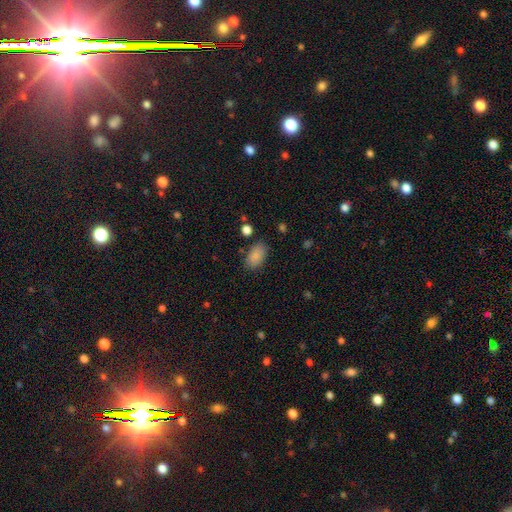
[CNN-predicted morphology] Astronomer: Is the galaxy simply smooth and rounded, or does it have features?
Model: smooth — 88%.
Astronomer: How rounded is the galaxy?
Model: in between — 92%.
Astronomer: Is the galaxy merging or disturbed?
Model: none — 81%.